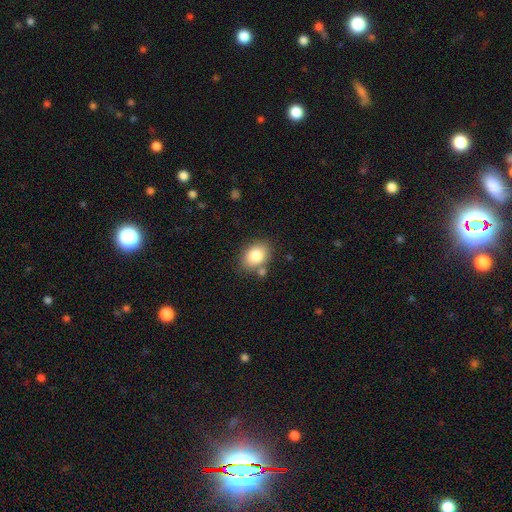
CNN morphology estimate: This is clearly a smooth galaxy (82%). How rounded: likely in between (67%). Merging: likely none (73%).